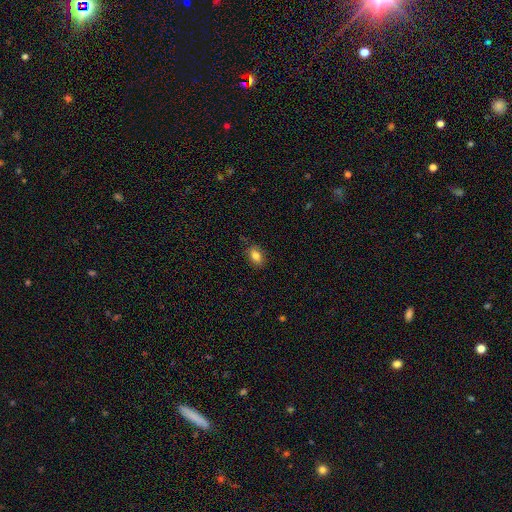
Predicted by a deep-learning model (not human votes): A smooth galaxy with no disk features (82%) that is in between round and cigar-shaped (83%). Merging: none (82%).